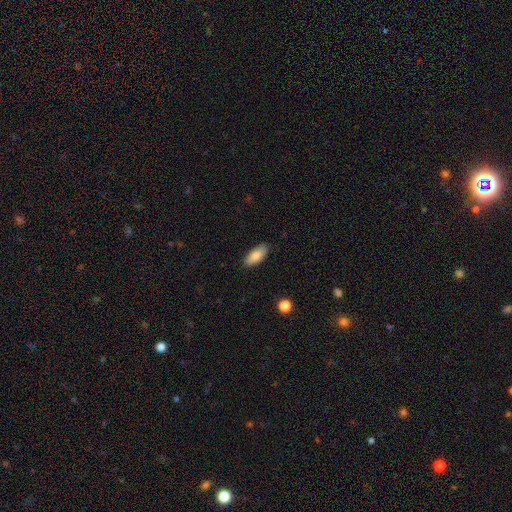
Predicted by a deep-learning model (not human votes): smooth_or_featured: smooth (p=0.86) [alt: featured or disk p=0.07]
how_rounded: in between (p=0.85) [alt: cigar-shaped p=0.13]
merging: none (p=0.88) [alt: minor disturbance p=0.09]